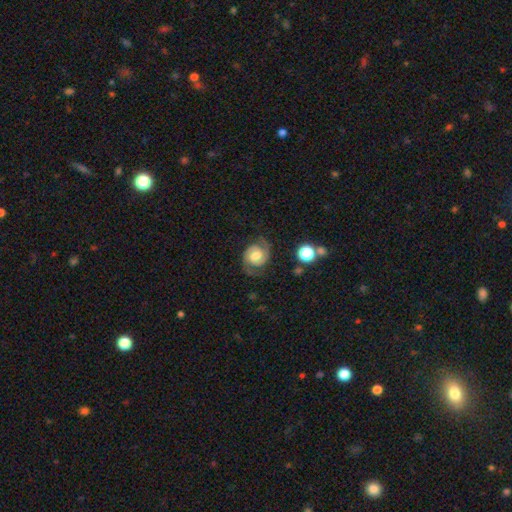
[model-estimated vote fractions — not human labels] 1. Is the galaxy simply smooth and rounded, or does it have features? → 80% featured or disk, 13% smooth, 7% star or artifact.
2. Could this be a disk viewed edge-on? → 98% no, 2% yes.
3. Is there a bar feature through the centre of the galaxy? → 57% no, 35% weak, 8% strong.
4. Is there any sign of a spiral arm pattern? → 96% yes, 4% no.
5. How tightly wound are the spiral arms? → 47% medium, 40% tight, 14% loose.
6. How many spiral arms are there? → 91% 2, 4% can't tell, 2% 1, 1% 3, 1% 4, 1% more than 4.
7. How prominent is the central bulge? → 64% moderate, 18% large, 13% small, 3% none, 2% dominant.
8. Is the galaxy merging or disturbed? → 74% none, 16% minor disturbance, 8% major disturbance, 1% merger.